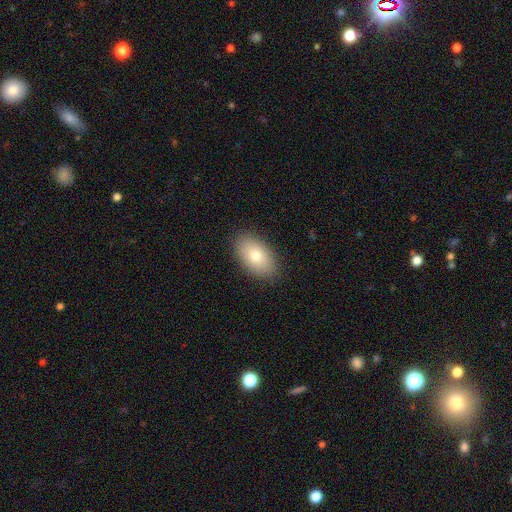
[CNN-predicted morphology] smooth-or-featured: smooth: 77% | featured or disk: 15% | star or artifact: 8%
  how-rounded: in between: 93% | round: 5% | cigar-shaped: 2%
  merging: none: 88% | minor disturbance: 9% | major disturbance: 2% | merger: 1%